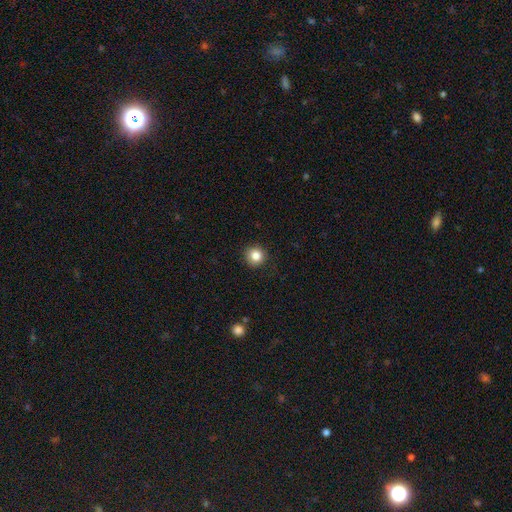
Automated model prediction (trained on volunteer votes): Q: Smooth or featured?
A: smooth (84%); runner-up: star or artifact (10%)
Q: How rounded?
A: round (94%); runner-up: in between (5%)
Q: Merging?
A: none (91%); runner-up: minor disturbance (6%)